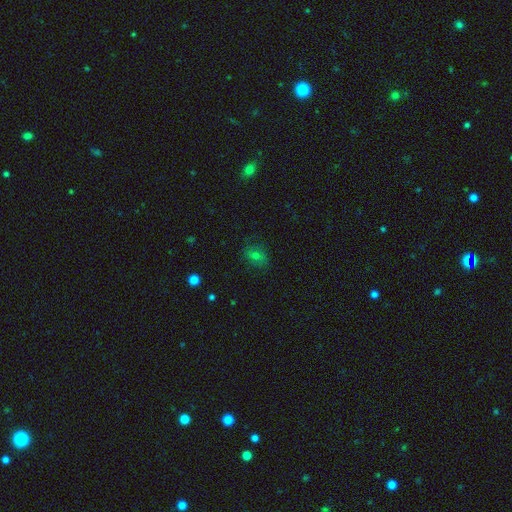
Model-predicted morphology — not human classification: A smooth galaxy with no disk features (54%) that is in between round and cigar-shaped (52%). Merging: none (78%).